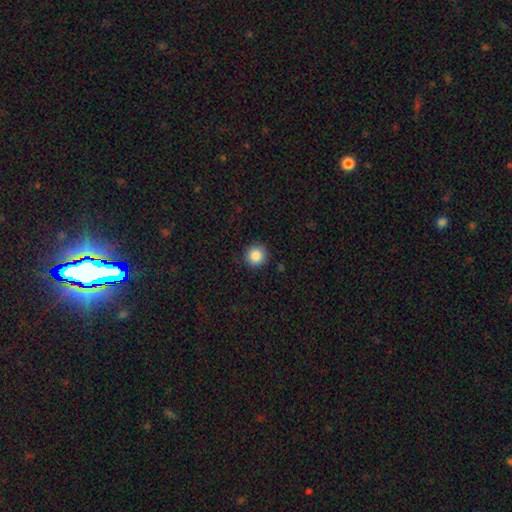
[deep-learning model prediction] This appears to be a smooth galaxy with no disk features (87%) that is round (93%). Merging: none (89%).